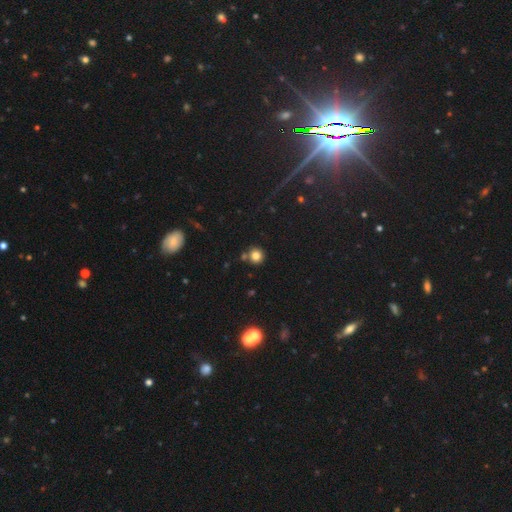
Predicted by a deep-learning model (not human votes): Q: Smooth or featured?
A: smooth (80%); runner-up: star or artifact (13%)
Q: How rounded?
A: round (91%); runner-up: in between (8%)
Q: Merging?
A: none (75%); runner-up: merger (13%)